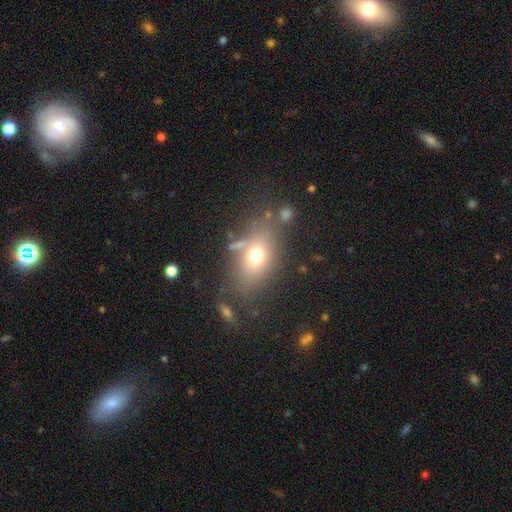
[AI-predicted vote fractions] smooth 67%, featured or disk 18%, star or artifact 14%. Down the decision tree: how rounded — in between (75%); merging — none (67%).